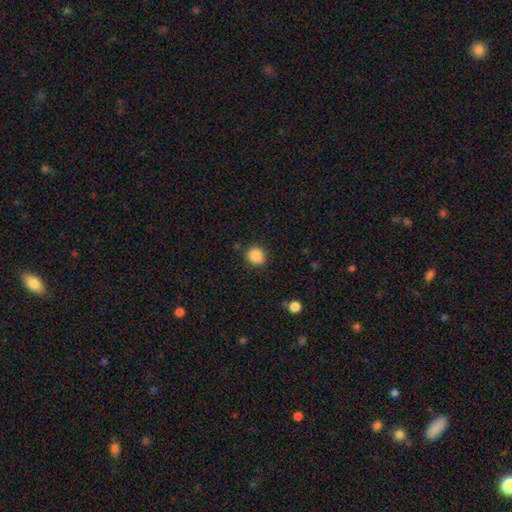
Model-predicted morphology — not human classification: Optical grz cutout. It shows a smooth galaxy with no disk features (87%) that is round (79%). Merging: none (86%).